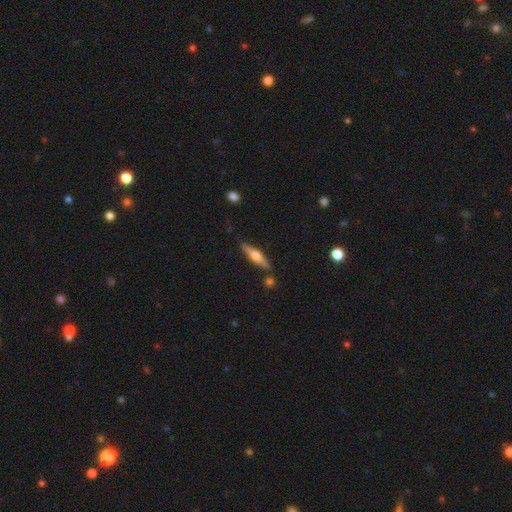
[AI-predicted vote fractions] Smooth or featured? featured or disk (64%)
Edge-on disk? yes (96%)
Edge-on bulge? rounded (92%)
Merging? none (84%)